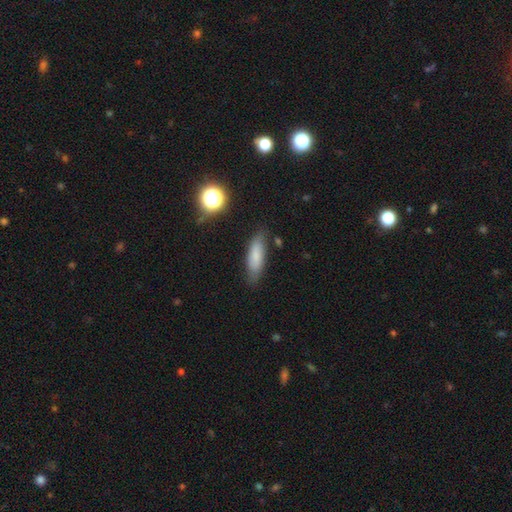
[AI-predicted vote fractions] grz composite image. It shows a smooth galaxy with no disk features (75%) that is in between round and cigar-shaped (52%). Merging: none (76%).